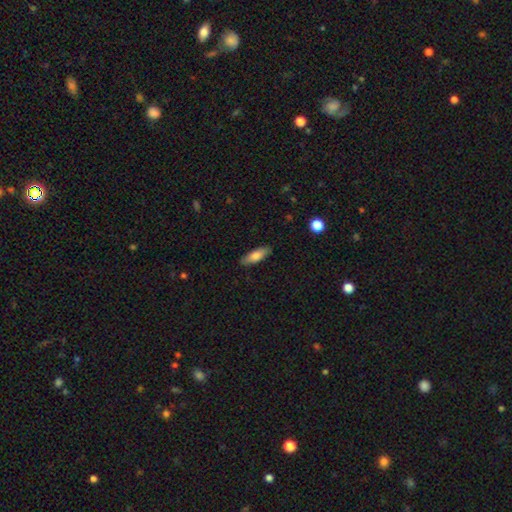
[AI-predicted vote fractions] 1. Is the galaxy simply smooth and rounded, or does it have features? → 75% smooth, 19% featured or disk, 6% star or artifact.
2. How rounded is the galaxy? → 58% in between, 40% cigar-shaped, 2% round.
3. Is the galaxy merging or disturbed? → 86% none, 10% minor disturbance, 2% major disturbance, 1% merger.